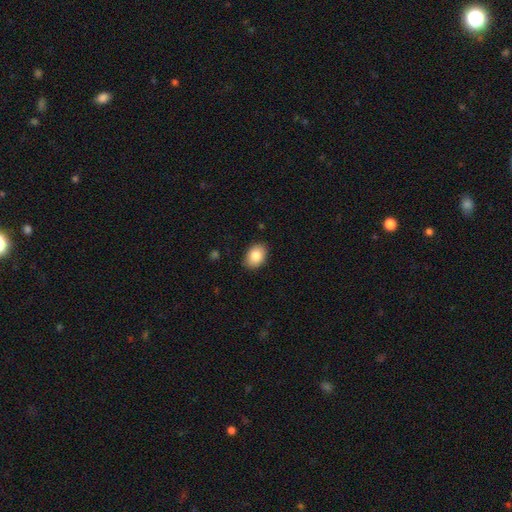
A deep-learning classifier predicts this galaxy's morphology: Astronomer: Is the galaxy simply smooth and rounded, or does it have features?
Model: smooth — 85%.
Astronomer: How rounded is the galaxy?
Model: in between — 79%.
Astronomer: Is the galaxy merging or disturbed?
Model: none — 87%.